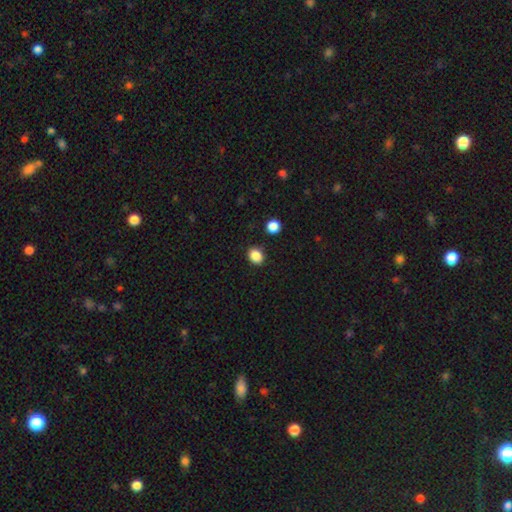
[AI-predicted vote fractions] smooth_or_featured: smooth (p=0.87) [alt: star or artifact p=0.10]
how_rounded: round (p=0.55) [alt: in between p=0.44]
merging: none (p=0.85) [alt: minor disturbance p=0.09]